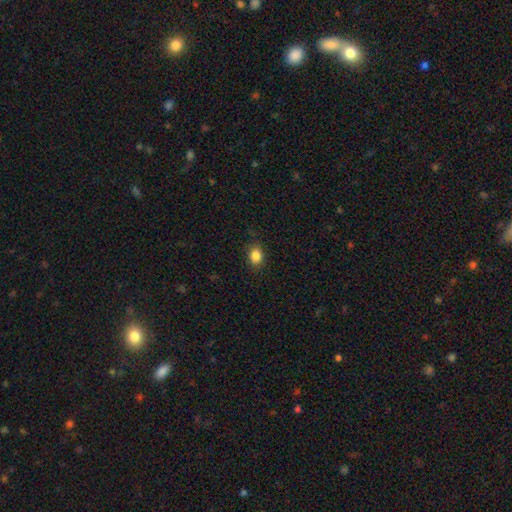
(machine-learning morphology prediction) smooth_or_featured: smooth (p=0.85) [alt: star or artifact p=0.10]
how_rounded: in between (p=0.59) [alt: round p=0.39]
merging: none (p=0.85) [alt: minor disturbance p=0.11]